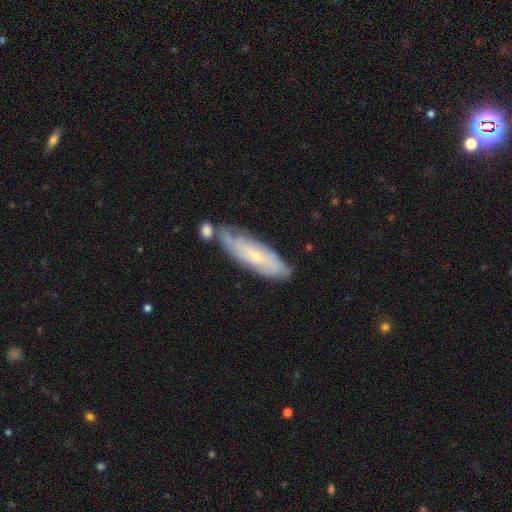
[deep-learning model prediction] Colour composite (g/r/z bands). It shows a featured or disk galaxy (56%). Merging: none (56%).